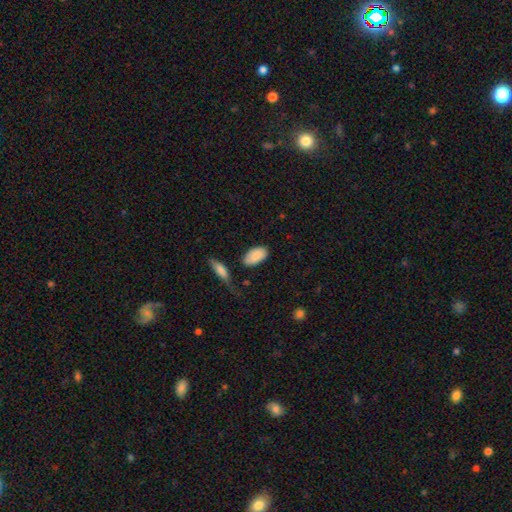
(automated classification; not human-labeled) This appears to be a smooth galaxy with no disk features (87%) that is in between round and cigar-shaped (95%). Merging: none (73%).